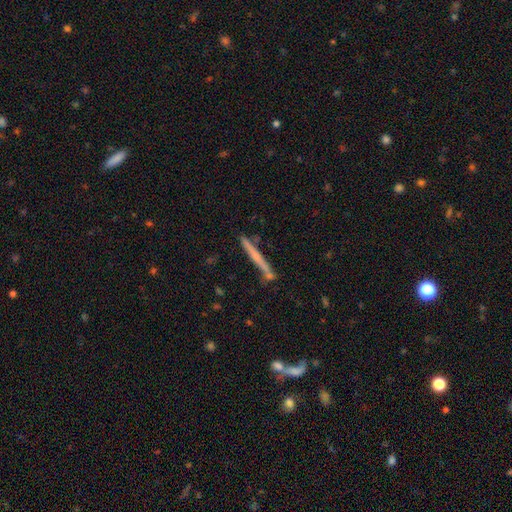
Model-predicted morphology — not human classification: This appears to be a featured or disk galaxy (48%). Merging: none (80%).